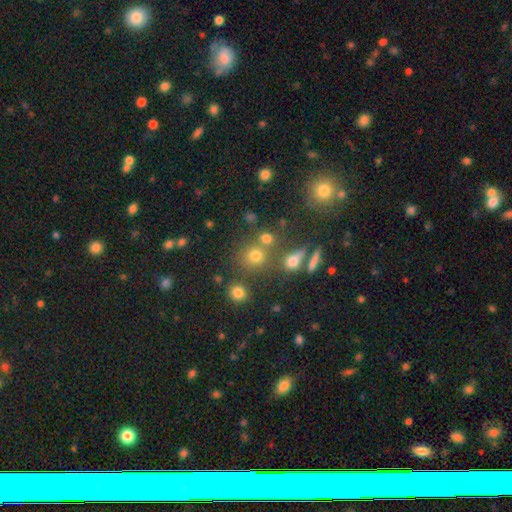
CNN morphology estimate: Smooth or featured? Predicted: smooth (p=0.68). How rounded? Predicted: round (p=0.88). Merging? Predicted: none (p=0.69).